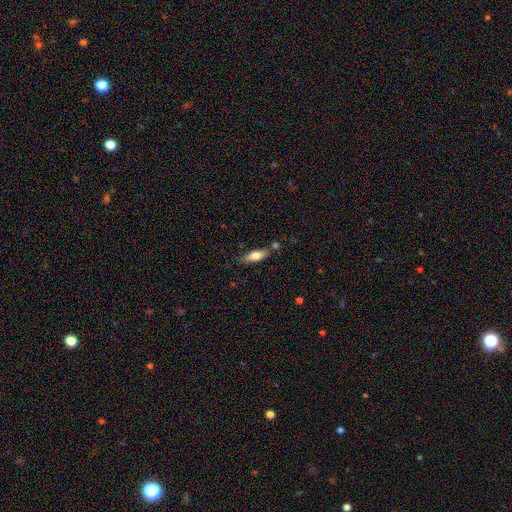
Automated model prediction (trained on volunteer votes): A smooth galaxy with no disk features (71%) that is in between round and cigar-shaped (63%). Merging: none (68%).